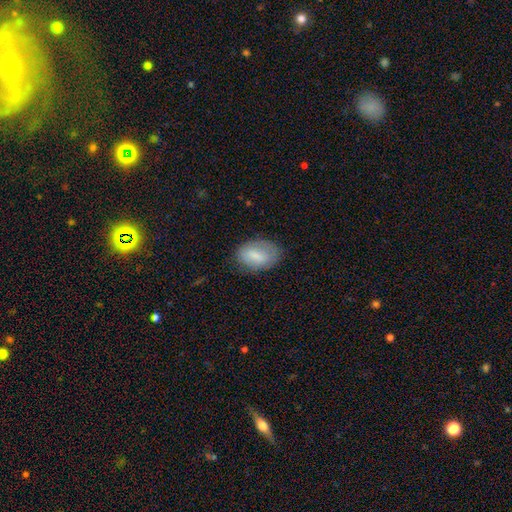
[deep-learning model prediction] Overall: smooth (73%). How rounded: in between (87%). Merging: none (73%).